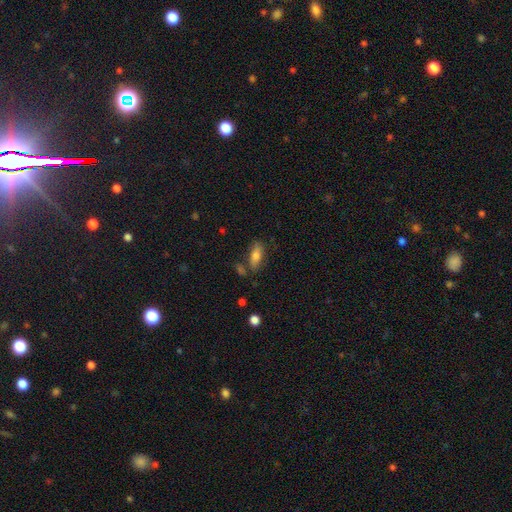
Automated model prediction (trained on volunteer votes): The model was most divided on "how rounded": in between: 73%, cigar-shaped: 24%, round: 3%. More confident: smooth or featured — smooth (73%); merging — none (73%).